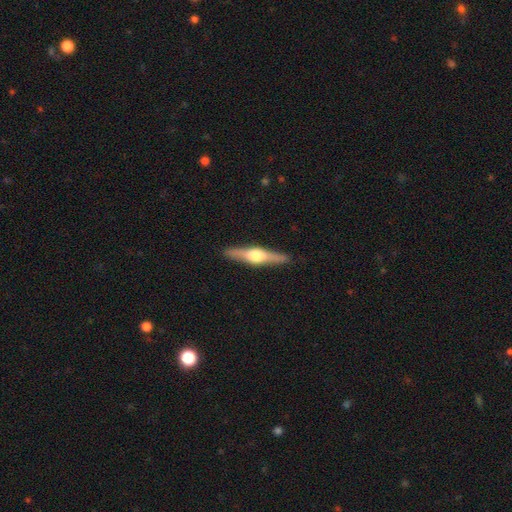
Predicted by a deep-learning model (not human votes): Q: Smooth or featured?
A: featured or disk (69%); runner-up: smooth (26%)
Q: Edge-on disk?
A: yes (97%); runner-up: no (3%)
Q: Edge-on bulge?
A: rounded (94%); runner-up: boxy (4%)
Q: Merging?
A: none (91%); runner-up: minor disturbance (7%)